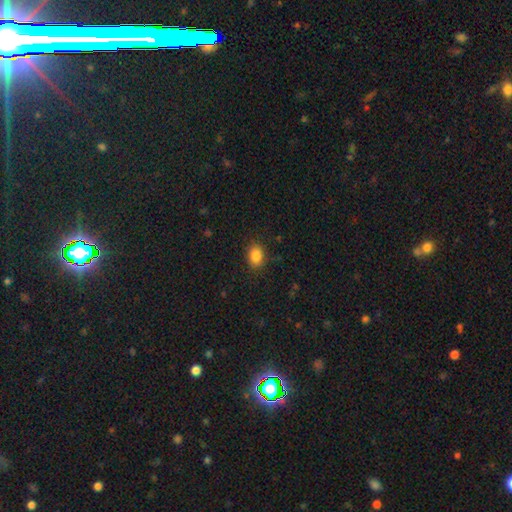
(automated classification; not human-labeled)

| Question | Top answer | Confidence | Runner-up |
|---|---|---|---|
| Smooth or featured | smooth | 86% | star or artifact (9%) |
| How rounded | in between | 70% | round (29%) |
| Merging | none | 86% | minor disturbance (10%) |